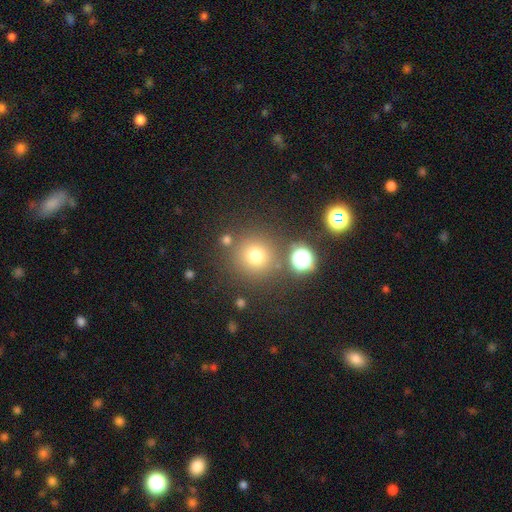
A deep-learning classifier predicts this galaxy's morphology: Smooth or featured? smooth (73%)
How rounded? round (94%)
Merging? none (81%)